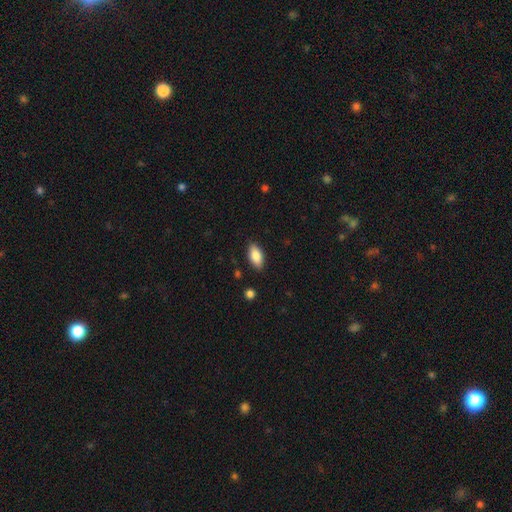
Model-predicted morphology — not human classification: A smooth galaxy with no disk features (84%) that is in between round and cigar-shaped (88%).

Vote fractions:
- Smooth or featured? smooth: 84% / featured or disk: 10% / star or artifact: 7%
- How rounded? in between: 88% / cigar-shaped: 10% / round: 3%
- Merging? none: 87% / minor disturbance: 10% / major disturbance: 2% / merger: 1%